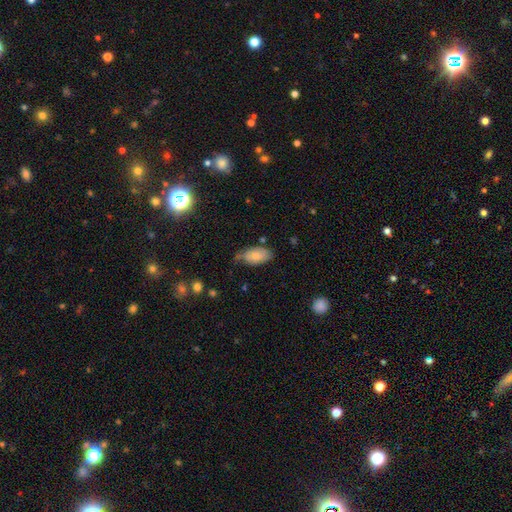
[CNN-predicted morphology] smooth_or_featured: smooth (p=0.74) [alt: featured or disk p=0.19]
how_rounded: in between (p=0.94) [alt: round p=0.03]
merging: none (p=0.55) [alt: minor disturbance p=0.33]